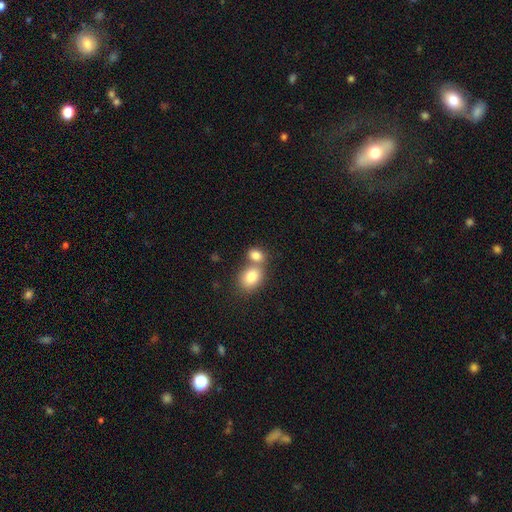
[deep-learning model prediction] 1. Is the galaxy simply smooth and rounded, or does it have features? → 82% smooth, 9% featured or disk, 8% star or artifact.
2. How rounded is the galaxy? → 64% in between, 35% round, 1% cigar-shaped.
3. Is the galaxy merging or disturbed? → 54% merger, 35% none, 8% minor disturbance, 3% major disturbance.